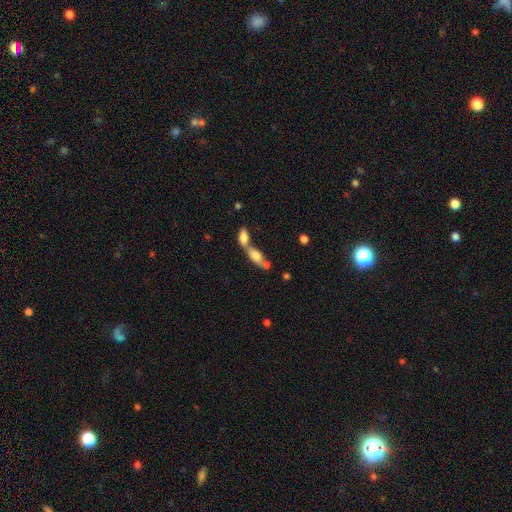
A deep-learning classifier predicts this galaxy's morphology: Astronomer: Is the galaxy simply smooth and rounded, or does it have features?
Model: smooth — 61%.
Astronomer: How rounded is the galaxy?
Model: in between — 65%.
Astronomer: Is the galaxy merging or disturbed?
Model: merger — 65%.